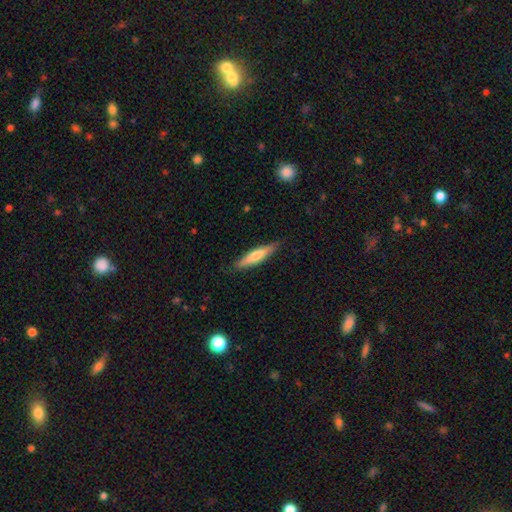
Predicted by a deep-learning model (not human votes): smooth_or_featured: smooth (p=0.62) [alt: featured or disk p=0.33]
how_rounded: cigar-shaped (p=0.86) [alt: in between p=0.13]
merging: none (p=0.86) [alt: minor disturbance p=0.11]